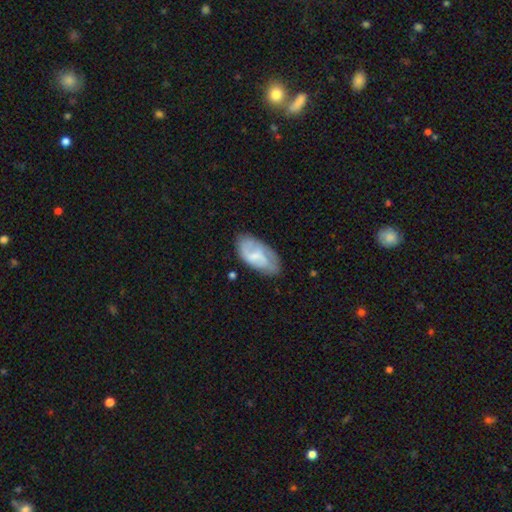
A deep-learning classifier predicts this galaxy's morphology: Smooth or featured: featured or disk — 56% (smooth — 38%)
Edge-on disk: no — 96% (yes — 4%)
Bar: weak — 50% (no — 35%)
Spiral arms: yes — 81% (no — 19%)
Bulge size: small — 43% (none — 29%)
Merging: none — 64% (minor disturbance — 25%)